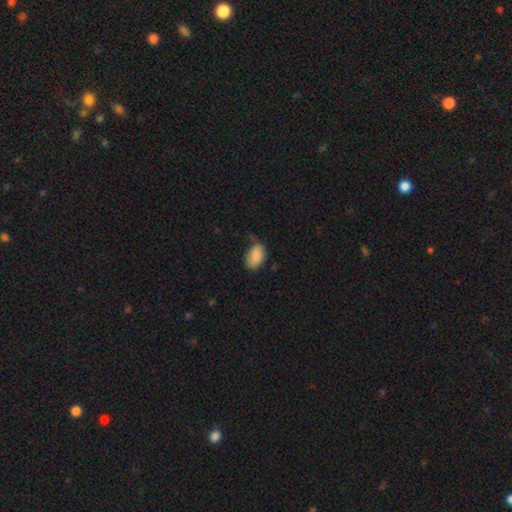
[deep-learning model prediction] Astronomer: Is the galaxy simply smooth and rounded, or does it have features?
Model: smooth — 87%.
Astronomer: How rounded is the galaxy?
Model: in between — 92%.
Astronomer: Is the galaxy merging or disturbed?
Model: none — 60%.